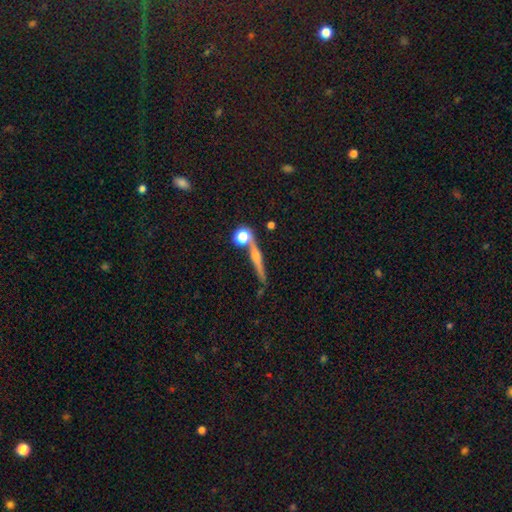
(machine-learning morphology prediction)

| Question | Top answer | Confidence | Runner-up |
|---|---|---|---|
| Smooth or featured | featured or disk | 56% | smooth (31%) |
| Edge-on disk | yes | 92% | no (8%) |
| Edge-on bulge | rounded | 72% | none (18%) |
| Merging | none | 71% | merger (13%) |